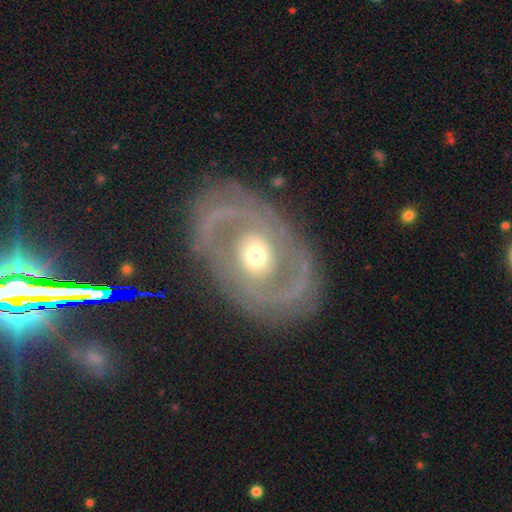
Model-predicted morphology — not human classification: This appears to be a featured or disk galaxy (82%) with no bar (73%), 2 (62%) tight (47%) spiral arms (70%) and a moderate central bulge (63%). Merging: none (77%).